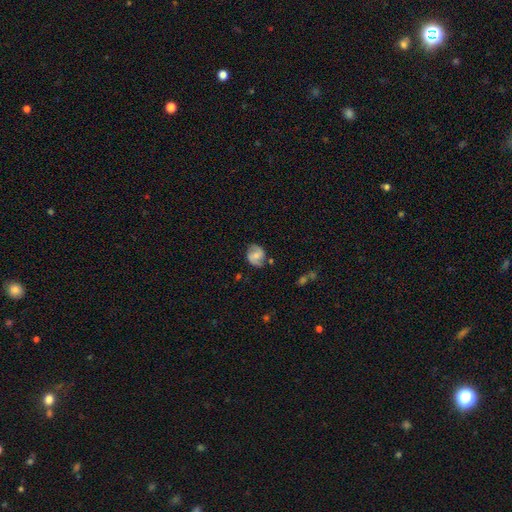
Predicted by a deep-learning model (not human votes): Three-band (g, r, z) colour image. It shows a featured or disk galaxy (66%) with a weak bar (45%), 2 (89%) medium (47%) spiral arms (91%) and a small central bulge (43%). Merging: none (74%).